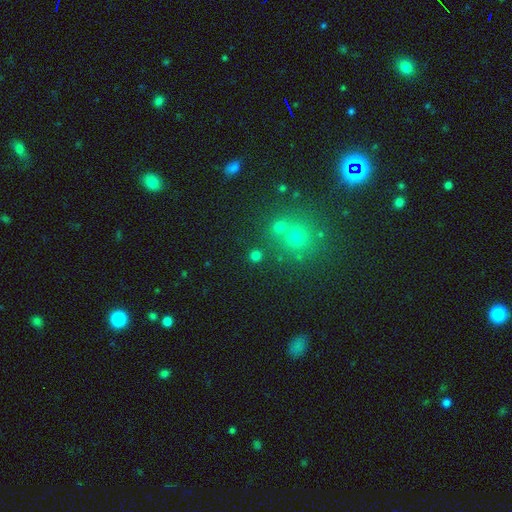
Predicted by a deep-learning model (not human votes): smooth-or-featured: smooth: 72% | star or artifact: 21% | featured or disk: 6%
  how-rounded: round: 92% | in between: 7% | cigar-shaped: 1%
  merging: none: 80% | merger: 10% | minor disturbance: 6% | major disturbance: 3%